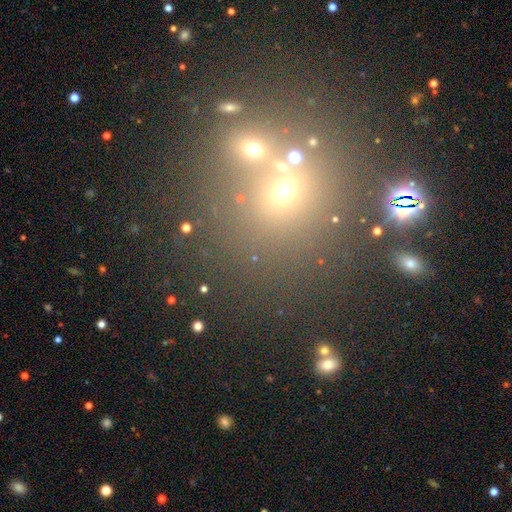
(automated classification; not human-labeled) star or artifact 47%, smooth 41%, featured or disk 12%.